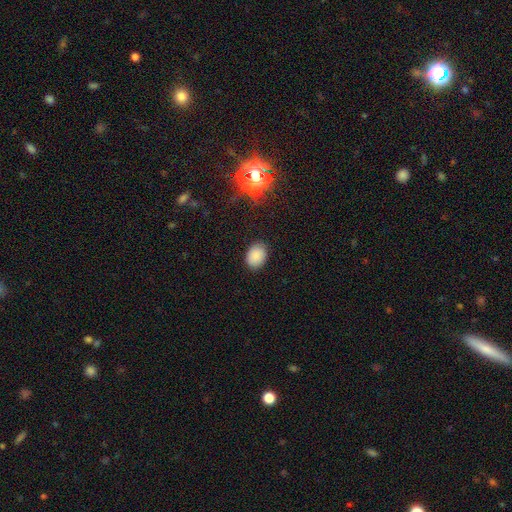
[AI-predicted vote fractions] This is clearly a smooth galaxy (86%). How rounded: likely in between (70%). Merging: clearly none (86%).